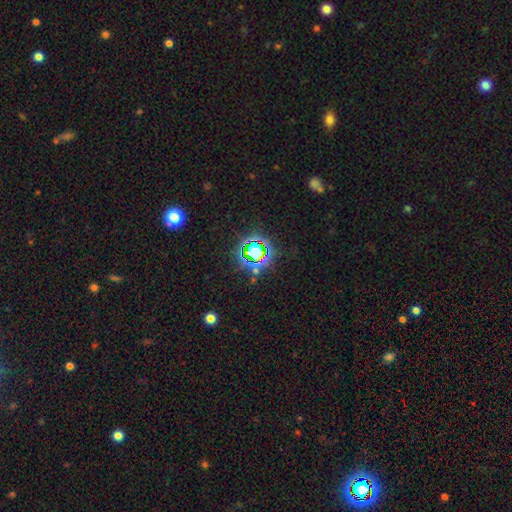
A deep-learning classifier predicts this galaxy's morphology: The model was most divided on "smooth or featured": star or artifact: 75%, smooth: 15%, featured or disk: 10%.